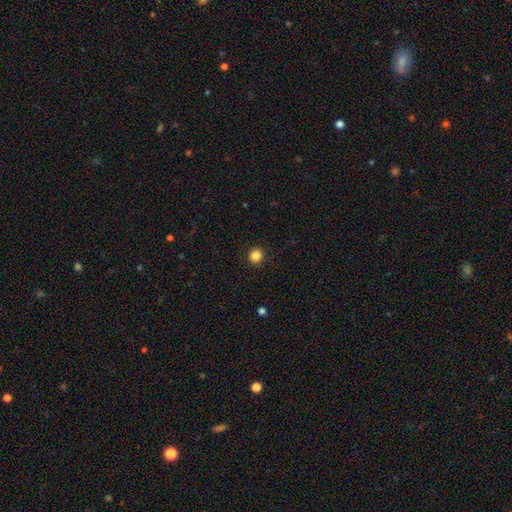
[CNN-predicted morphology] This is clearly a smooth galaxy (86%). How rounded: clearly round (86%). Merging: clearly none (92%).